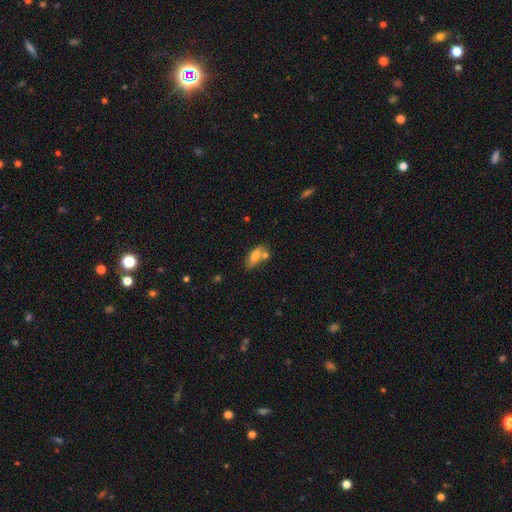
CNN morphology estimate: Overall: smooth (65%; featured or disk 27%). How rounded: in between (76%). Merging: none (53%; merger 27%).